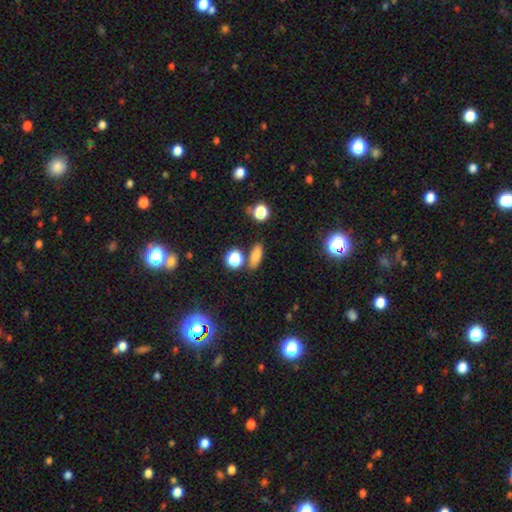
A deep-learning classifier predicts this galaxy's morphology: A smooth galaxy with no disk features (77%) that is in between round and cigar-shaped (61%). Merging: none (80%).